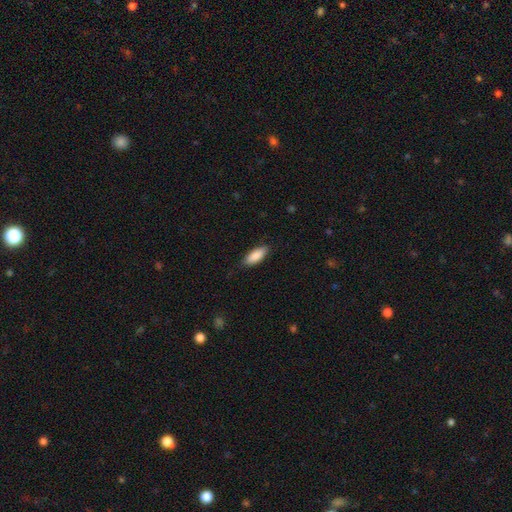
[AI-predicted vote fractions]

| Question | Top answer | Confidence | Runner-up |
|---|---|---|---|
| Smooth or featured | smooth | 88% | featured or disk (6%) |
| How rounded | in between | 80% | cigar-shaped (19%) |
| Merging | none | 83% | minor disturbance (14%) |